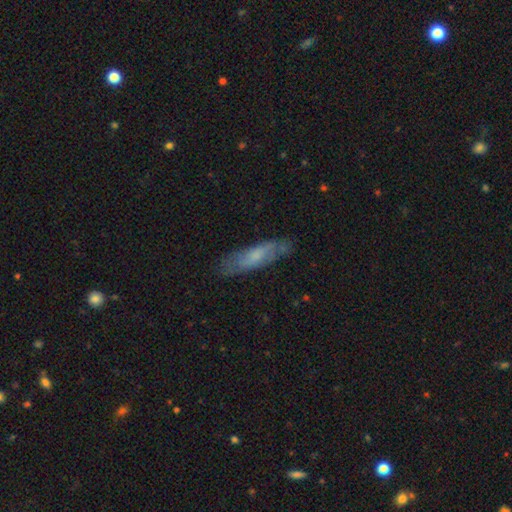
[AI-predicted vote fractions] smooth-or-featured: smooth: 48% | featured or disk: 45% | star or artifact: 7%
  merging: none: 74% | minor disturbance: 19% | major disturbance: 5% | merger: 2%